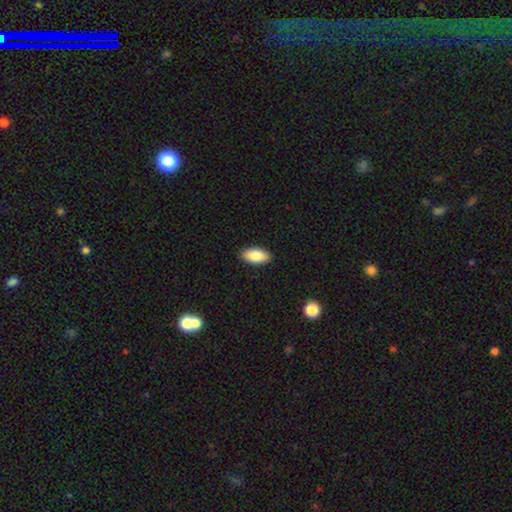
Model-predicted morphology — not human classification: smooth 83%, featured or disk 11%, star or artifact 7%. Down the decision tree: how rounded — in between (92%); merging — none (90%).